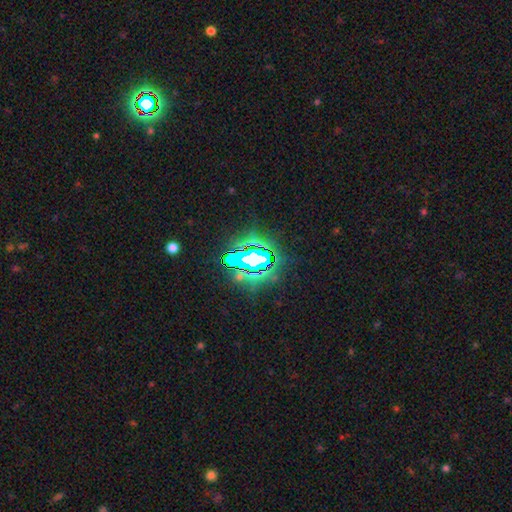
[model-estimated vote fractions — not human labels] smooth_or_featured: star or artifact (p=0.74) [alt: smooth p=0.13]